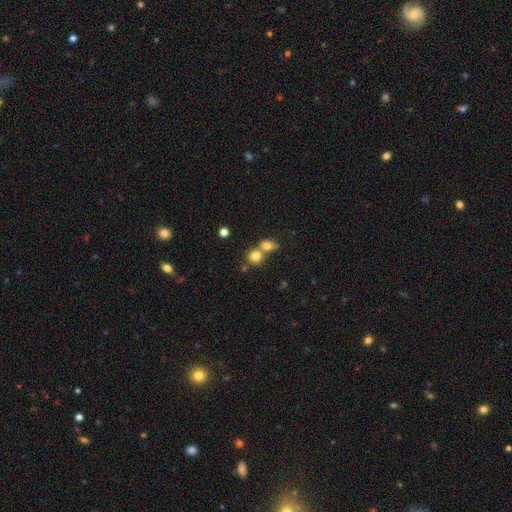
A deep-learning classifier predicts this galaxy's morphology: Overall: smooth (78%). How rounded: round (80%). Merging: merger (50%; none 40%).